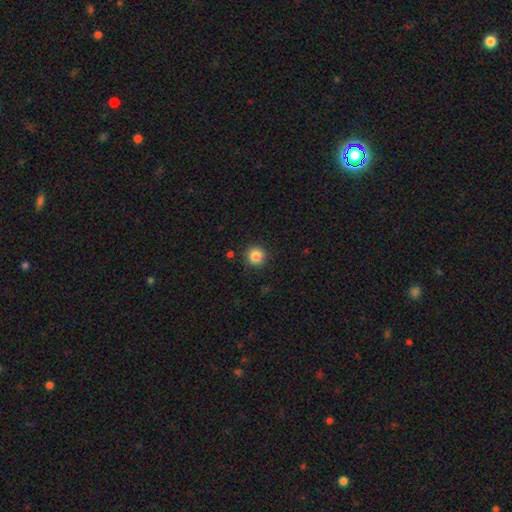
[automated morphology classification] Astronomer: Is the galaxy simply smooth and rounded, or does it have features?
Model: smooth — 86%.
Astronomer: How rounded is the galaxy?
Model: round — 94%.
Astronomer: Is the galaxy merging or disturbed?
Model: none — 90%.